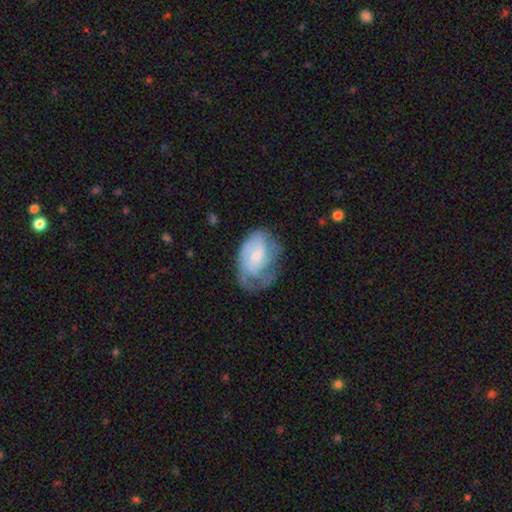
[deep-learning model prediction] Smooth or featured? Predicted: featured or disk (p=0.62). Edge-on disk? Predicted: no (p=0.96). Bar? Predicted: no (p=0.63). Spiral arms? Predicted: yes (p=0.80). Bulge size? Predicted: small (p=0.56). Merging? Predicted: none (p=0.40).